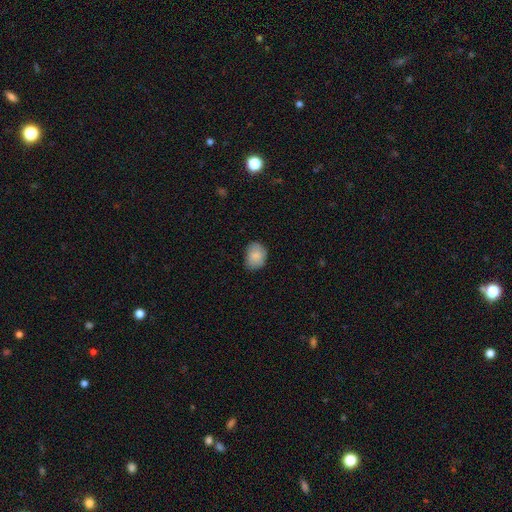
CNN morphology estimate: Smooth or featured? smooth (85%)
How rounded? in between (60%)
Merging? none (77%)